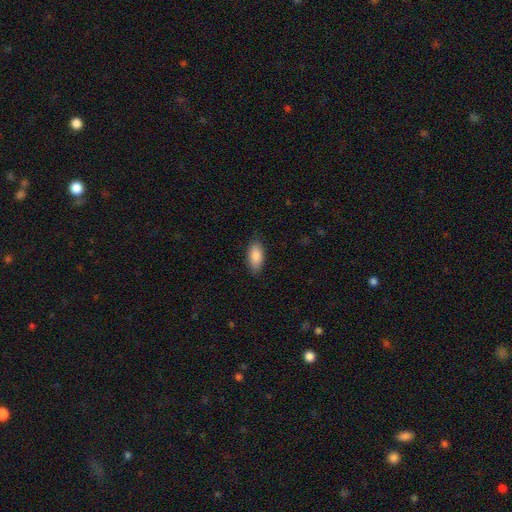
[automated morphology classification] Smooth or featured? Predicted: smooth (p=0.88). How rounded? Predicted: in between (p=0.91). Merging? Predicted: none (p=0.86).